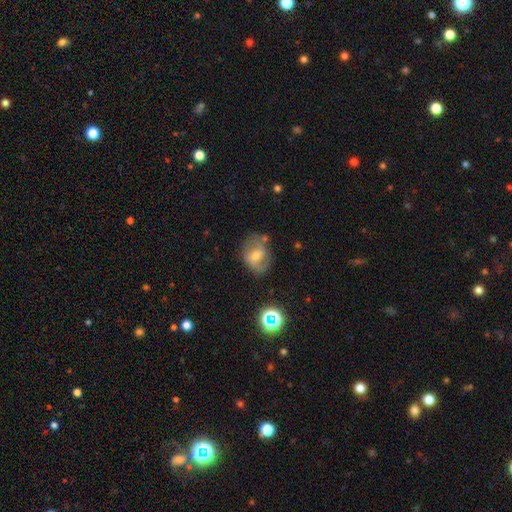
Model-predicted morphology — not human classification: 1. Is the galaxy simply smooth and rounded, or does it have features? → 46% featured or disk, 43% smooth, 12% star or artifact.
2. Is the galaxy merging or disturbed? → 53% none, 26% minor disturbance, 16% major disturbance, 5% merger.